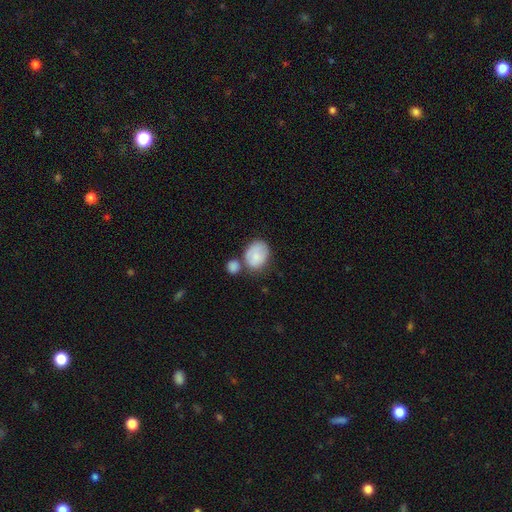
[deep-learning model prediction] Smooth or featured? Predicted: smooth (p=0.81). How rounded? Predicted: in between (p=0.64). Merging? Predicted: none (p=0.44).